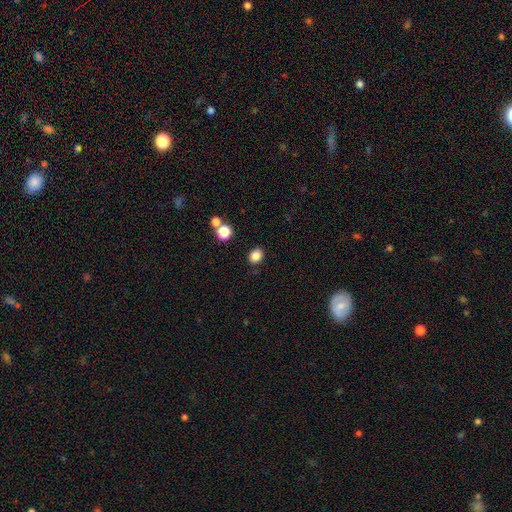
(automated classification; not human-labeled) A smooth galaxy with no disk features (84%) that is round (58%). Merging: none (85%).